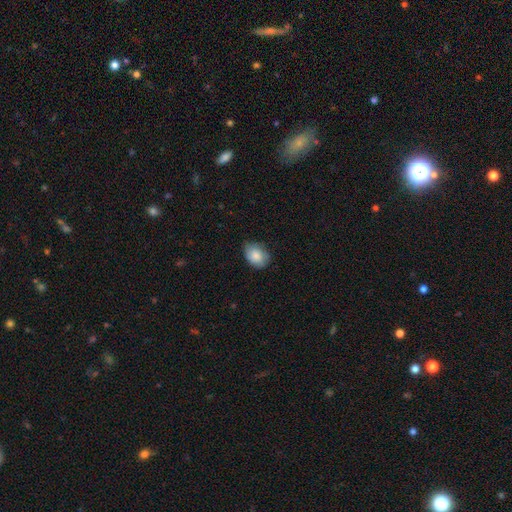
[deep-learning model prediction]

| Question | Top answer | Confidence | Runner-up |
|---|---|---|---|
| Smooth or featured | smooth | 77% | featured or disk (16%) |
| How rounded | in between | 73% | round (26%) |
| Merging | none | 66% | minor disturbance (28%) |